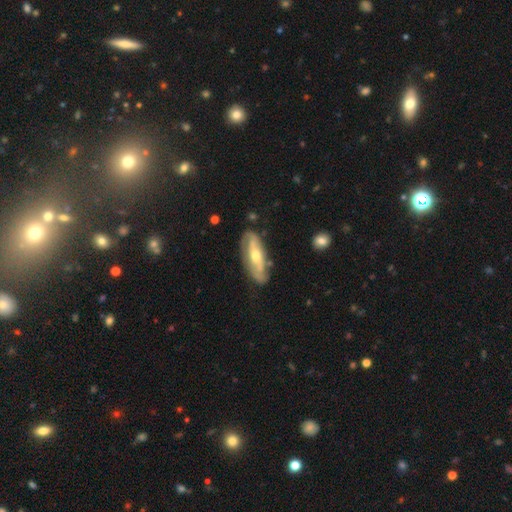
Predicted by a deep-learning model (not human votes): Q: Smooth or featured?
A: featured or disk (69%); runner-up: smooth (26%)
Q: Edge-on disk?
A: no (78%); runner-up: yes (22%)
Q: Bar?
A: no (52%); runner-up: weak (30%)
Q: Spiral arms?
A: yes (72%); runner-up: no (28%)
Q: Bulge size?
A: moderate (64%); runner-up: small (29%)
Q: Merging?
A: none (71%); runner-up: minor disturbance (20%)